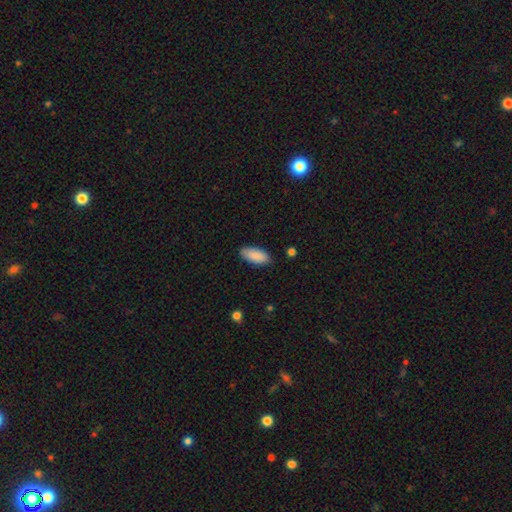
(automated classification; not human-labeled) This appears to be a smooth galaxy with no disk features (89%) that is in between round and cigar-shaped (90%). Merging: none (86%).